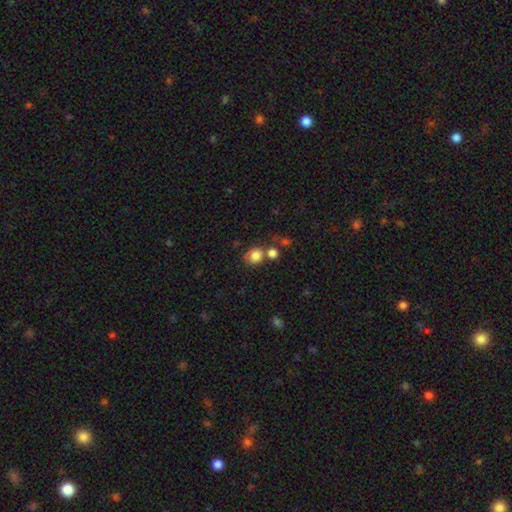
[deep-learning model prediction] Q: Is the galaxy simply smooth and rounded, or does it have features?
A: smooth — 82%.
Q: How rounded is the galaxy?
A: round — 71%.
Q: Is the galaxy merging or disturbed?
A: none — 53%.